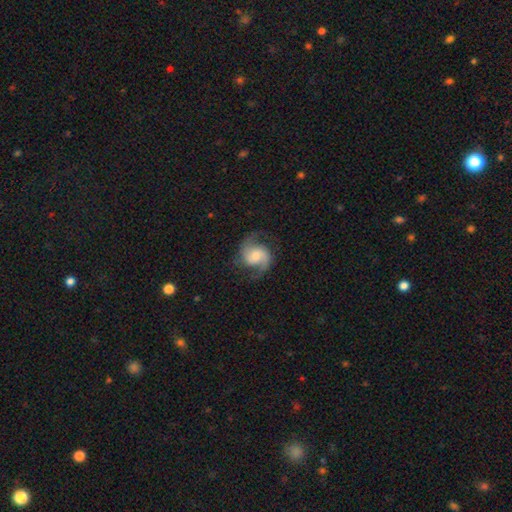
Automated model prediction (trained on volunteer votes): Overall: featured or disk (85%). Edge-on disk: no (98%). Bar: no (56%; weak 37%). Spiral arms: yes (97%). Spiral arm count: 2 (91%). Spiral winding: medium (53%; loose 31%). Bulge size: moderate (49%; small 34%). Merging: none (75%).